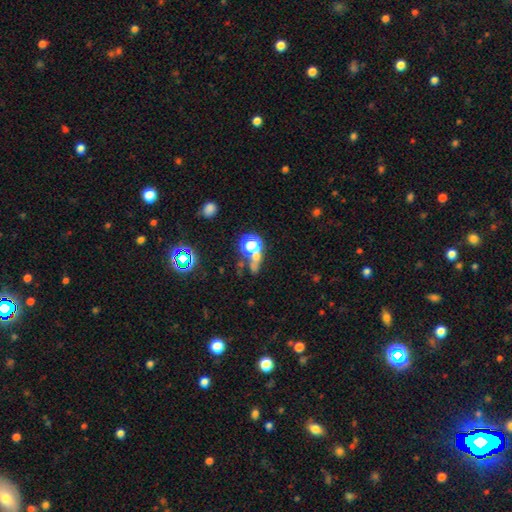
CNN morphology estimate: smooth 44%, star or artifact 41%, featured or disk 14%. Down the decision tree: merging — none (47%).